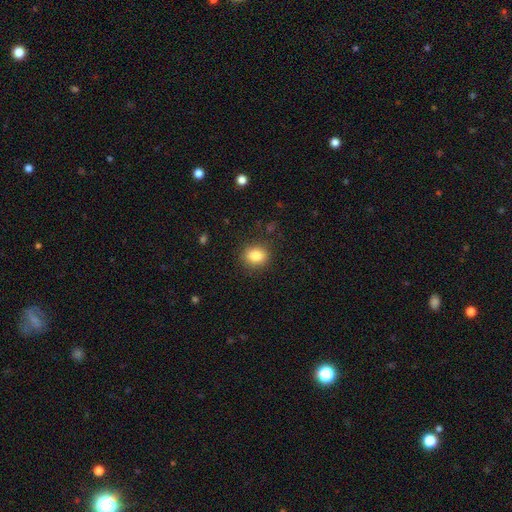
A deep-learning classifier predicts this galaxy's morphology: The model was most divided on "how rounded": round: 57%, in between: 42%, cigar-shaped: 1%. More confident: merging — none (87%); smooth or featured — smooth (85%).